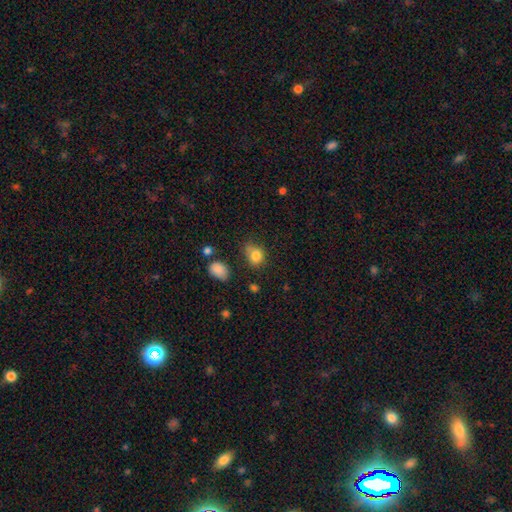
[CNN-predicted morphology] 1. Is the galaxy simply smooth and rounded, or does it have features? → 82% smooth, 11% star or artifact, 7% featured or disk.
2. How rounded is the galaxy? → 63% round, 36% in between, 1% cigar-shaped.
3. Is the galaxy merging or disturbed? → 54% none, 30% minor disturbance, 10% major disturbance, 6% merger.